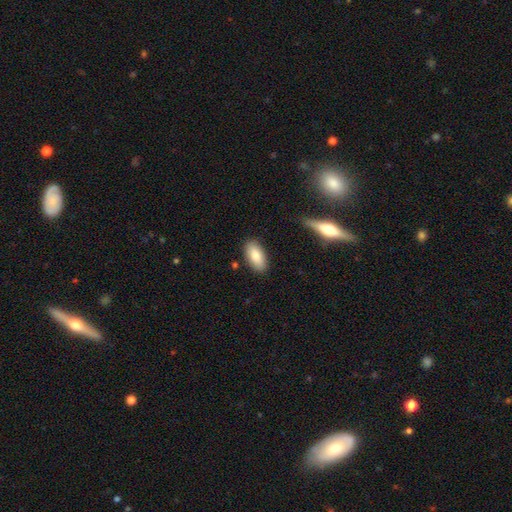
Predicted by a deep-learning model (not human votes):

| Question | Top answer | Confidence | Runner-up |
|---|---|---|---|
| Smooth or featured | smooth | 83% | featured or disk (11%) |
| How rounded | in between | 91% | cigar-shaped (7%) |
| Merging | none | 84% | minor disturbance (11%) |